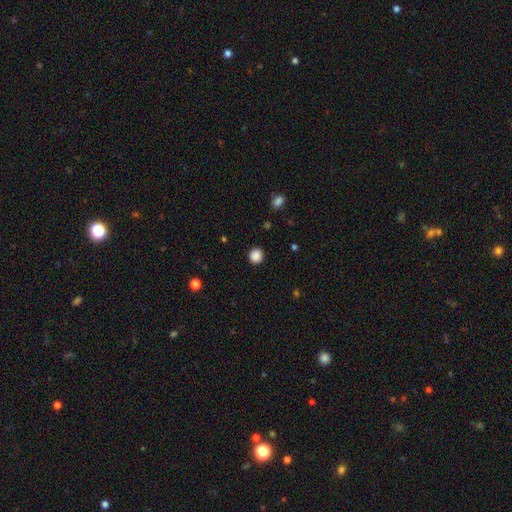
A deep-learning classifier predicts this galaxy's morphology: A smooth galaxy with no disk features (88%) that is round (87%). Merging: none (90%).